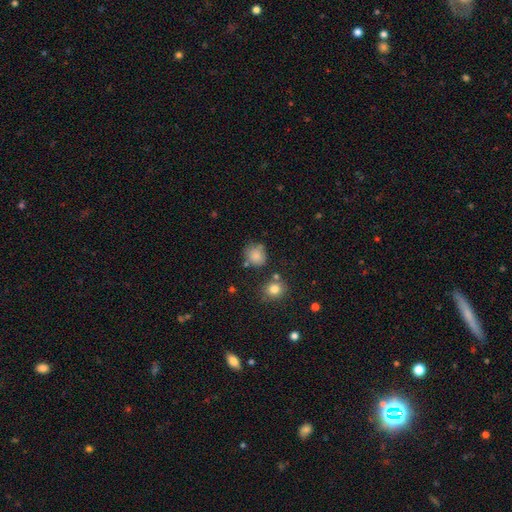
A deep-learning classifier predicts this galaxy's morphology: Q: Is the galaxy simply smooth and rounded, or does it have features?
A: smooth — 83%.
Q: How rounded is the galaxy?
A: round — 77%.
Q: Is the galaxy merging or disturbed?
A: none — 69%.